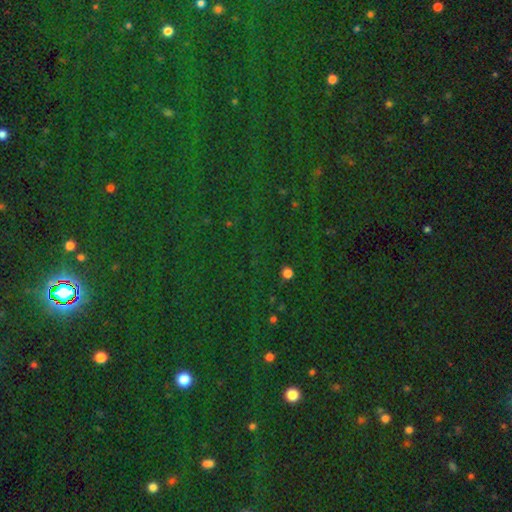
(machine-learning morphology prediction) smooth-or-featured: star or artifact: 81% | smooth: 12% | featured or disk: 7%